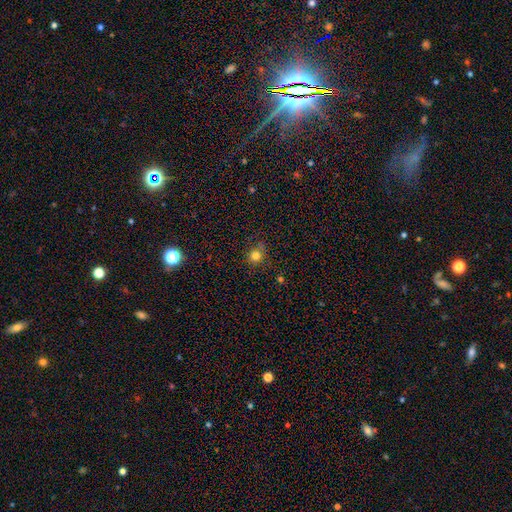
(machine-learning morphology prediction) smooth-or-featured: smooth: 79% | star or artifact: 15% | featured or disk: 6%
  how-rounded: round: 85% | in between: 14% | cigar-shaped: 1%
  merging: none: 73% | minor disturbance: 18% | major disturbance: 6% | merger: 3%